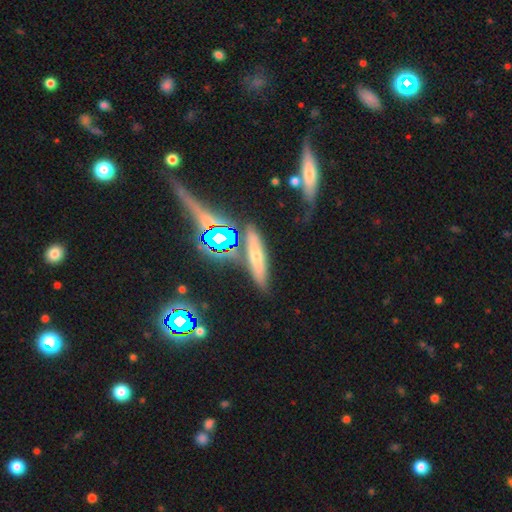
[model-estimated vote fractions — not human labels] Q: Smooth or featured?
A: smooth (48%); runner-up: featured or disk (32%)
Q: Merging?
A: none (71%); runner-up: minor disturbance (16%)